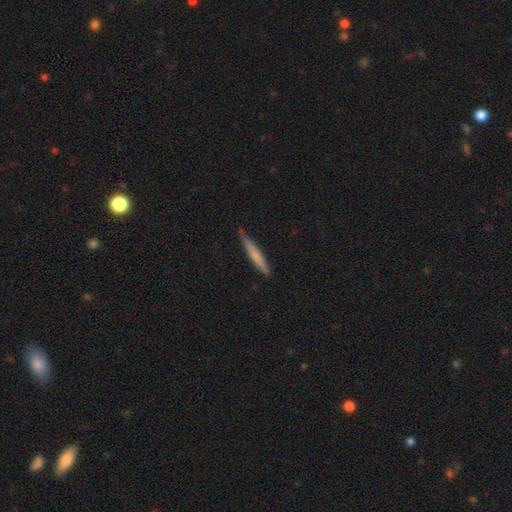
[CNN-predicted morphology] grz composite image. It shows a smooth galaxy with no disk features (63%) that is cigar-shaped (95%). Merging: none (83%).